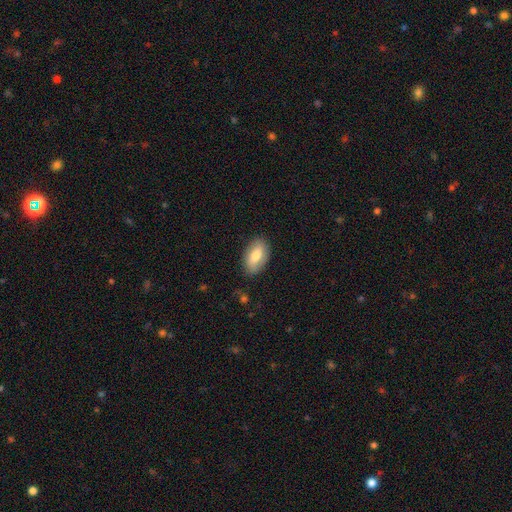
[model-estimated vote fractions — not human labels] Smooth or featured: smooth — 72% (featured or disk — 22%)
How rounded: in between — 93% (round — 4%)
Merging: none — 84% (minor disturbance — 12%)